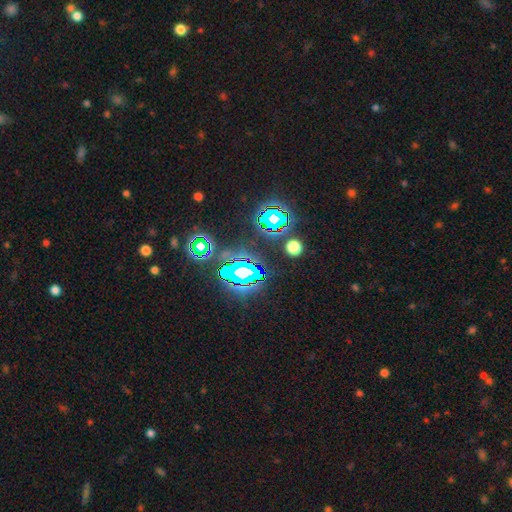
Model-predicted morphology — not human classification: Overall: star or artifact (82%).